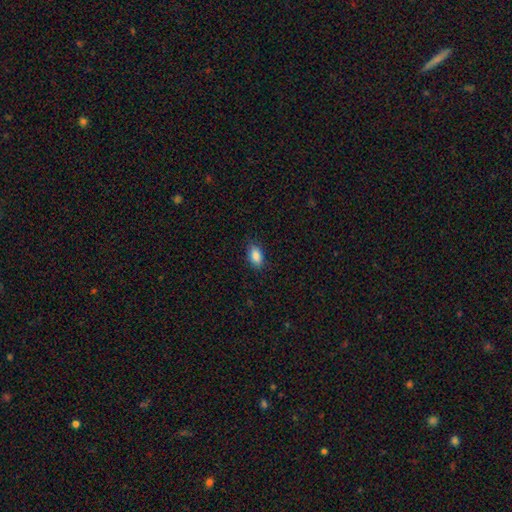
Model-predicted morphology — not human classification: Q: Smooth or featured?
A: smooth (88%); runner-up: star or artifact (8%)
Q: How rounded?
A: in between (90%); runner-up: round (7%)
Q: Merging?
A: none (83%); runner-up: minor disturbance (13%)